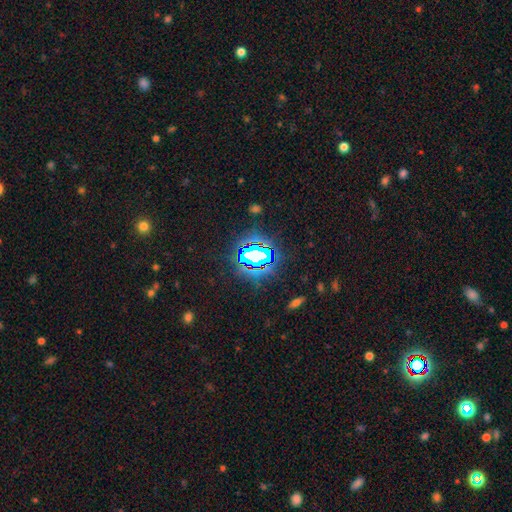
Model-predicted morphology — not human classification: Smooth or featured?
  - star or artifact: 74% *
  - smooth: 15%
  - featured or disk: 11%